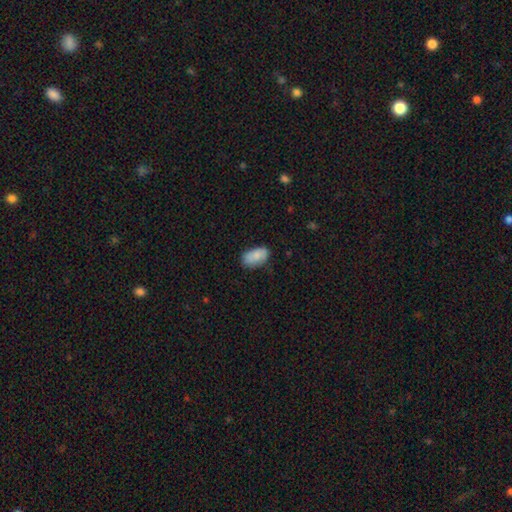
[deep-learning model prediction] Overall: smooth (82%). How rounded: in between (93%). Merging: none (75%).